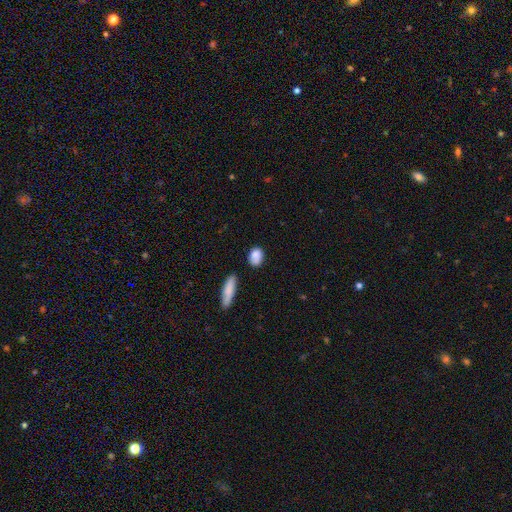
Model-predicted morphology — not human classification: type=smooth (87%); roundness=in between (71%); merging=none (73%).